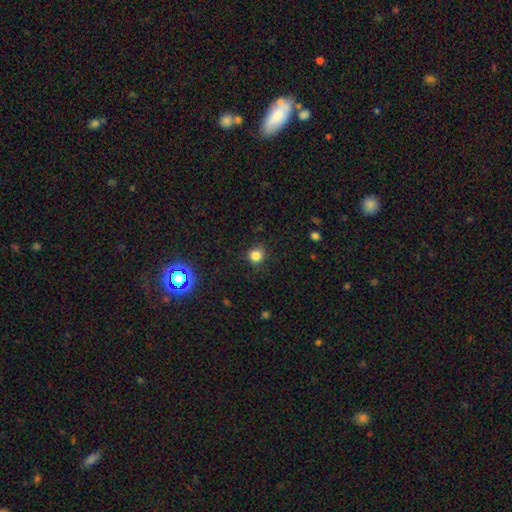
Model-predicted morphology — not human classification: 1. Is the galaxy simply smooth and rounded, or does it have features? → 81% smooth, 14% star or artifact, 5% featured or disk.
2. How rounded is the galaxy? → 90% round, 9% in between, 1% cigar-shaped.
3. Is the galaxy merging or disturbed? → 87% none, 9% minor disturbance, 3% major disturbance, 1% merger.